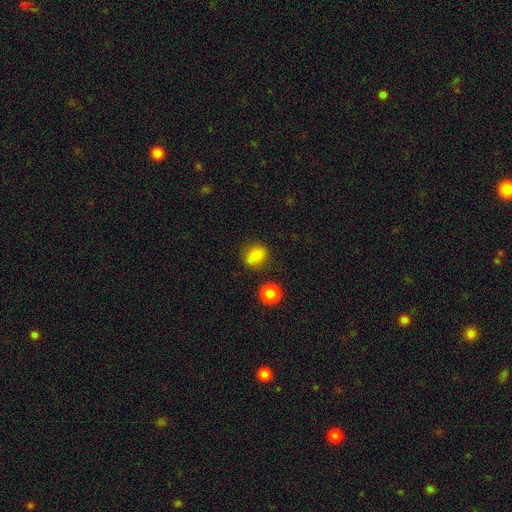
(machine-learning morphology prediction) smooth_or_featured: smooth (p=0.81) [alt: star or artifact p=0.12]
how_rounded: round (p=0.65) [alt: in between p=0.34]
merging: none (p=0.74) [alt: minor disturbance p=0.15]